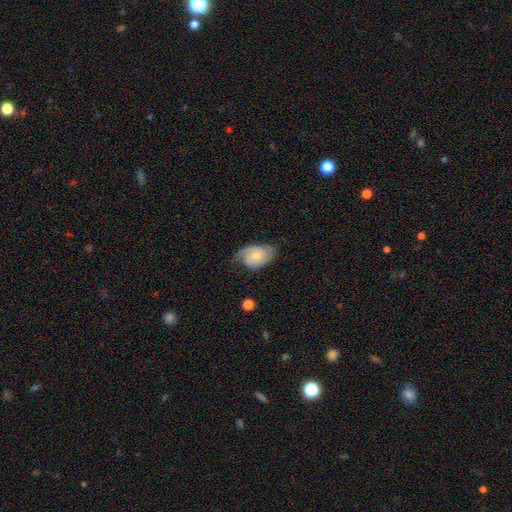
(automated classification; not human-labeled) This is likely a featured or disk galaxy (64%). It is clearly not viewed edge-on (96%). Bar: likely no (72%). Spiral arm pattern: clearly yes (90%). Spiral arm count: likely 2 (65%). Spiral winding: marginally medium (40%). Central bulge: possibly small (51%). Merging: possibly none (58%).